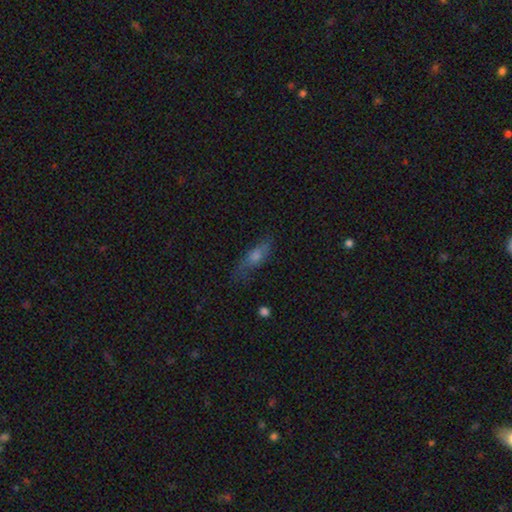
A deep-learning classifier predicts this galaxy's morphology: The model was most divided on "smooth or featured": smooth: 48%, featured or disk: 38%, star or artifact: 13%. More confident: merging — none (70%).